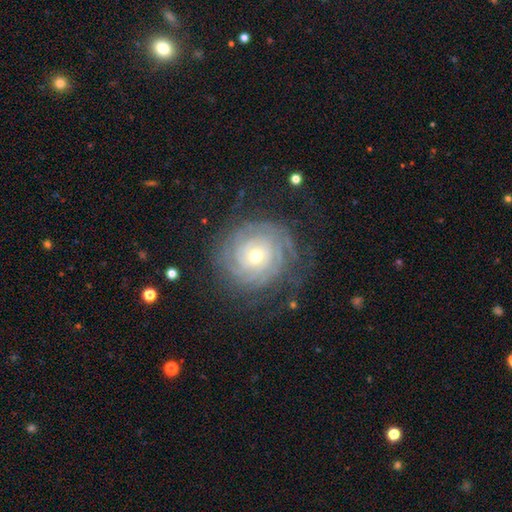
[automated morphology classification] smooth-or-featured: featured or disk: 86% | smooth: 8% | star or artifact: 7%
  disk-edge-on: no: 97% | yes: 3%
    bar: no: 65% | weak: 26% | strong: 9%
    has-spiral-arms: yes: 97% | no: 3%
      spiral-winding: tight: 85% | medium: 12% | loose: 3%
      spiral-arm-count: can't tell: 34% | 4: 18% | 3: 15% | more than 4: 14% | 2: 13% | 1: 7%
    bulge-size: moderate: 55% | small: 41% | large: 2% | dominant: 1% | none: 1%
  merging: none: 78% | minor disturbance: 14% | major disturbance: 7% | merger: 1%